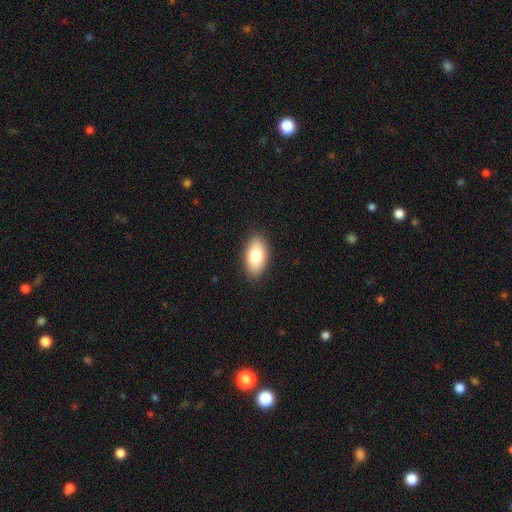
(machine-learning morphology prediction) Smooth or featured: smooth — 79% (featured or disk — 14%)
How rounded: in between — 92% (round — 4%)
Merging: none — 89% (minor disturbance — 8%)